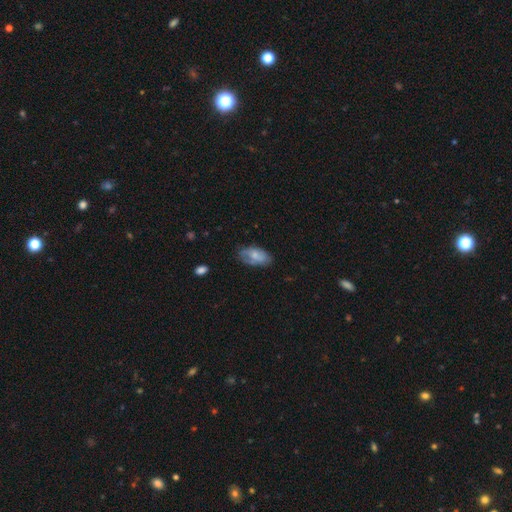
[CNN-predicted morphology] Smooth or featured?
  - smooth: 65% *
  - featured or disk: 28%
  - star or artifact: 7%
How rounded?
  - in between: 93% *
  - round: 4%
  - cigar-shaped: 3%
Merging?
  - none: 64% *
  - minor disturbance: 27%
  - major disturbance: 7%
  - merger: 2%